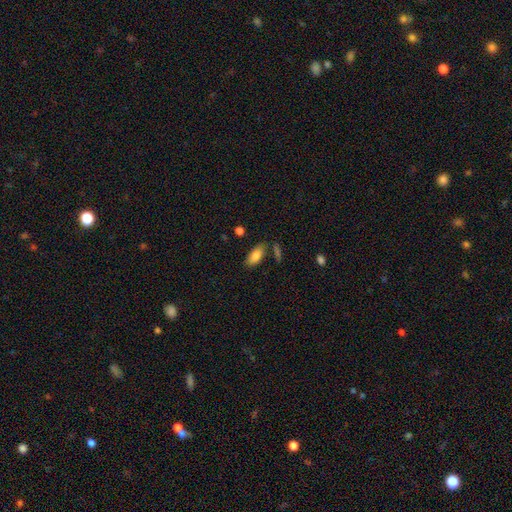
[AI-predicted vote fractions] Smooth or featured?
  - smooth: 84% *
  - featured or disk: 9%
  - star or artifact: 7%
How rounded?
  - in between: 88% *
  - cigar-shaped: 10%
  - round: 2%
Merging?
  - none: 76% *
  - minor disturbance: 14%
  - merger: 7%
  - major disturbance: 4%